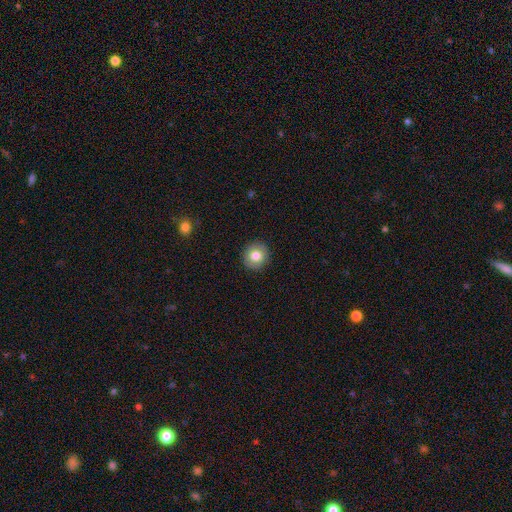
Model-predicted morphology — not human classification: Overall: smooth (80%). How rounded: round (89%). Merging: none (91%).